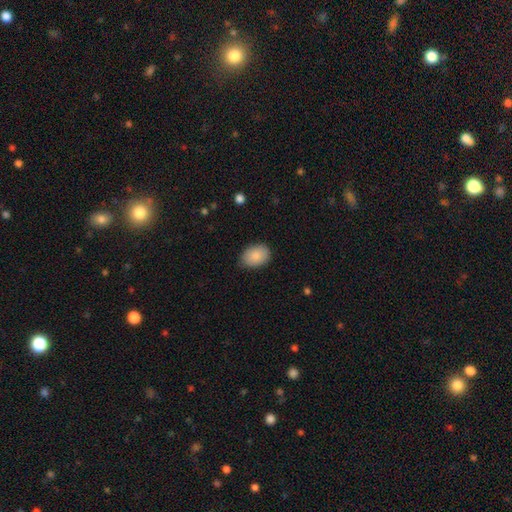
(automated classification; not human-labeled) This is clearly a smooth galaxy (88%). How rounded: clearly in between (80%). Merging: clearly none (83%).